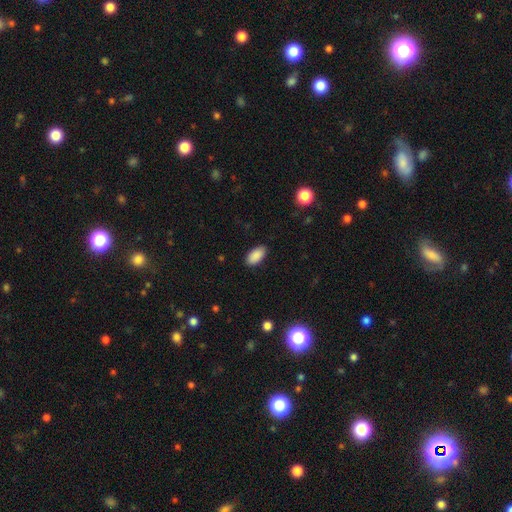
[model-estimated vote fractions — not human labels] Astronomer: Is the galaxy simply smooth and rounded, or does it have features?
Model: smooth — 90%.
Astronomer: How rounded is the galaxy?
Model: in between — 94%.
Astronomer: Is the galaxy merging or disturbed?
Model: none — 88%.